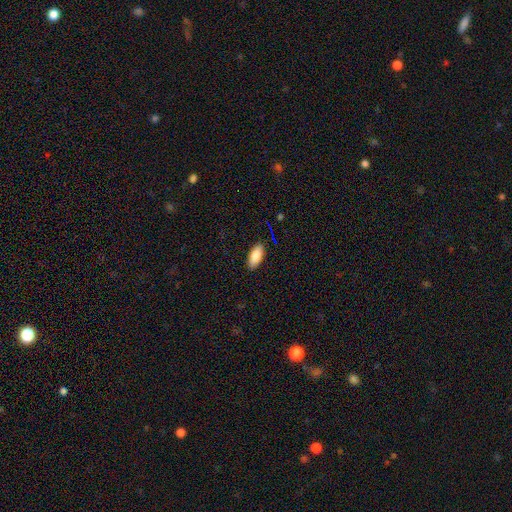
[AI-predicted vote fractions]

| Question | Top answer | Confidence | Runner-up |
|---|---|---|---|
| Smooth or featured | smooth | 86% | featured or disk (7%) |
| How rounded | in between | 88% | cigar-shaped (10%) |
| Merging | none | 87% | minor disturbance (10%) |